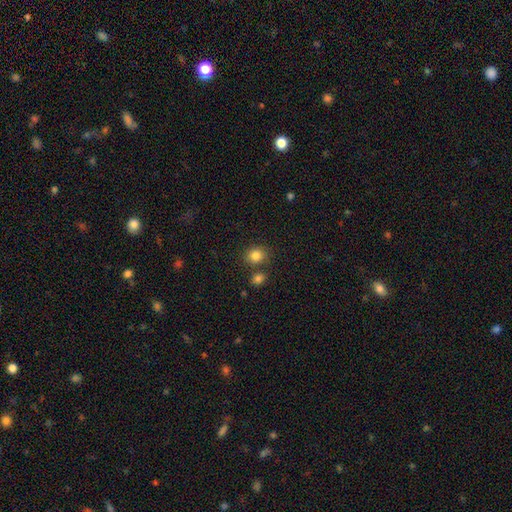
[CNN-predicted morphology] Q: Smooth or featured?
A: smooth (83%); runner-up: star or artifact (11%)
Q: How rounded?
A: round (74%); runner-up: in between (25%)
Q: Merging?
A: none (74%); runner-up: merger (13%)